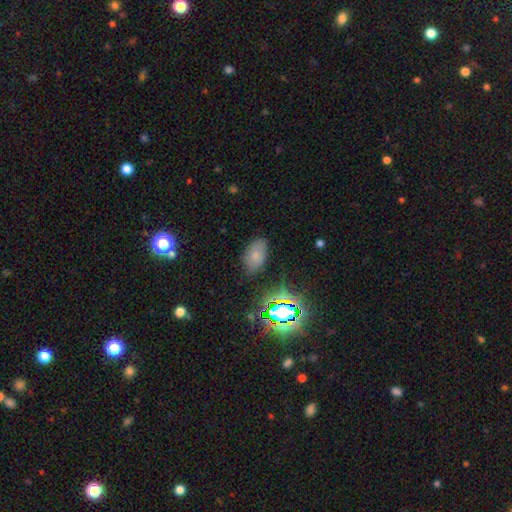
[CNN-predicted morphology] smooth 67%, star or artifact 19%, featured or disk 14%. Down the decision tree: how rounded — in between (91%); merging — none (78%).